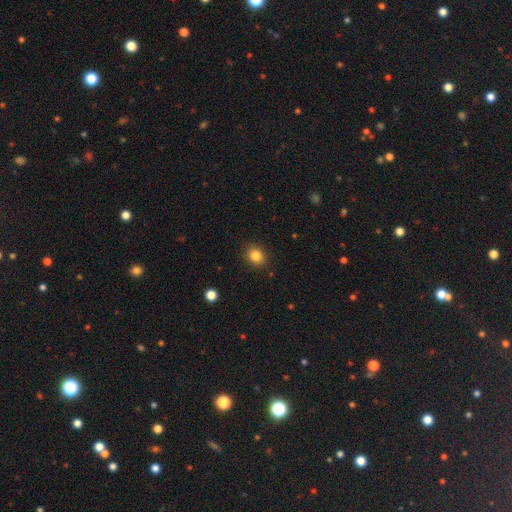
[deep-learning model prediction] Smooth or featured: smooth — 84% (star or artifact — 11%)
How rounded: round — 63% (in between — 36%)
Merging: none — 88% (minor disturbance — 8%)